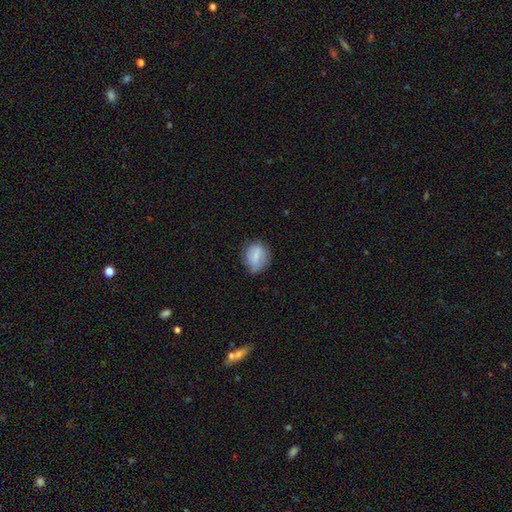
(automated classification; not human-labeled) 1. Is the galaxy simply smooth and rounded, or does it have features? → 72% smooth, 20% featured or disk, 9% star or artifact.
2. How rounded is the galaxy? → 53% round, 45% in between, 2% cigar-shaped.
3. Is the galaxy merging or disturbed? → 66% none, 25% minor disturbance, 7% major disturbance, 2% merger.